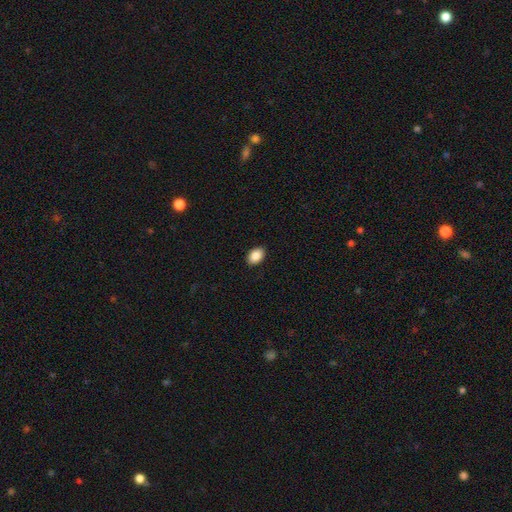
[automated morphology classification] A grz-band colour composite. It shows a smooth galaxy with no disk features (88%) that is in between round and cigar-shaped (81%). Merging: none (90%).